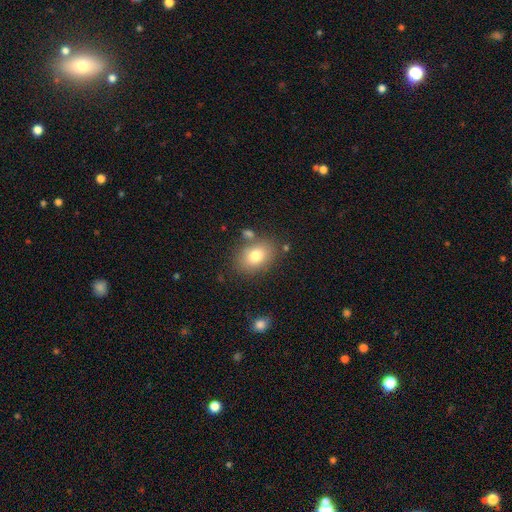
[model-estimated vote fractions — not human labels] This is likely a smooth galaxy (78%). How rounded: likely in between (75%). Merging: likely none (75%).